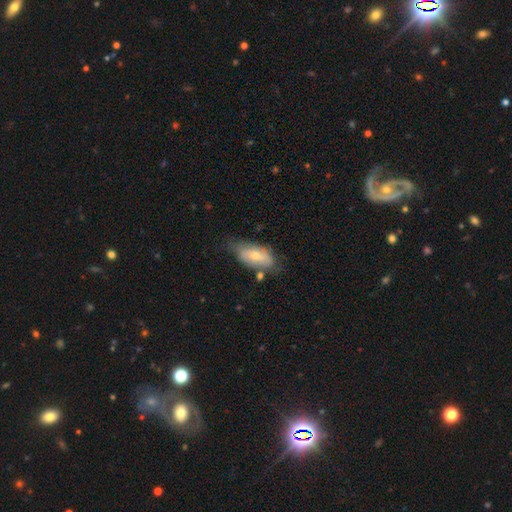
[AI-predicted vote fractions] Smooth or featured: smooth — 60% (featured or disk — 34%)
How rounded: in between — 88% (cigar-shaped — 9%)
Merging: none — 56% (minor disturbance — 28%)